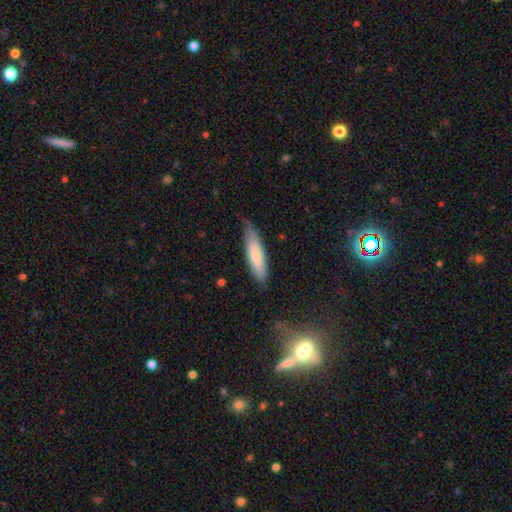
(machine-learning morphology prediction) Q: Smooth or featured?
A: smooth (70%); runner-up: featured or disk (24%)
Q: How rounded?
A: cigar-shaped (68%); runner-up: in between (30%)
Q: Merging?
A: none (65%); runner-up: minor disturbance (27%)